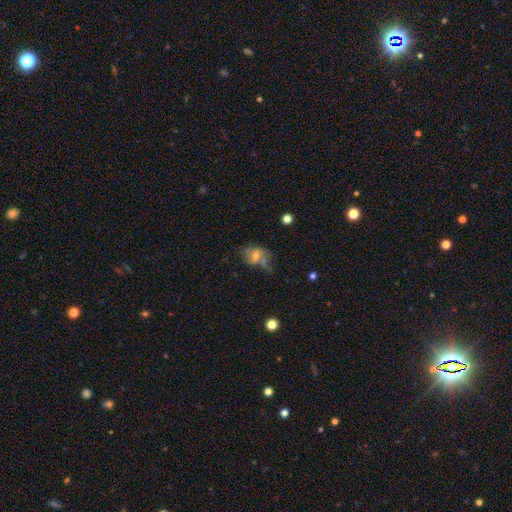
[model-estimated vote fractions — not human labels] Smooth or featured? Predicted: smooth (p=0.46). Merging? Predicted: none (p=0.43).